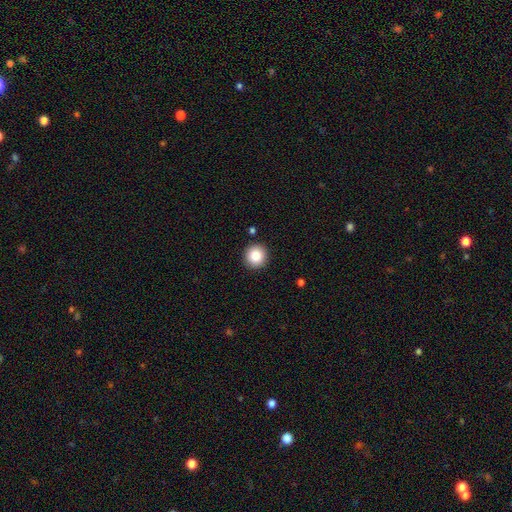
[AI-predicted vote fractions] Morphology: type=smooth (86%); roundness=round (94%); merging=none (91%).